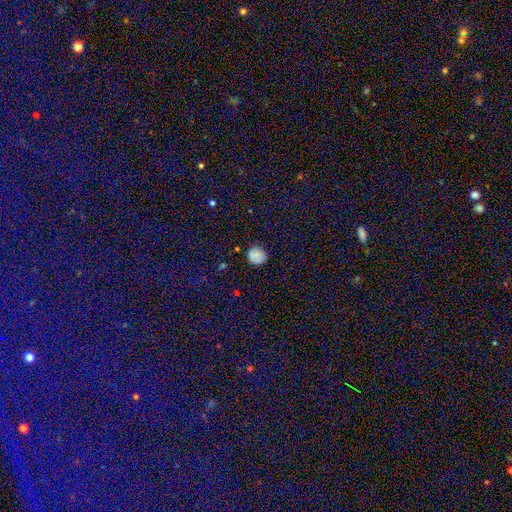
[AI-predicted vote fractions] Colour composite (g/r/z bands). It shows a smooth galaxy with no disk features (79%) that is round (84%). Merging: none (84%).